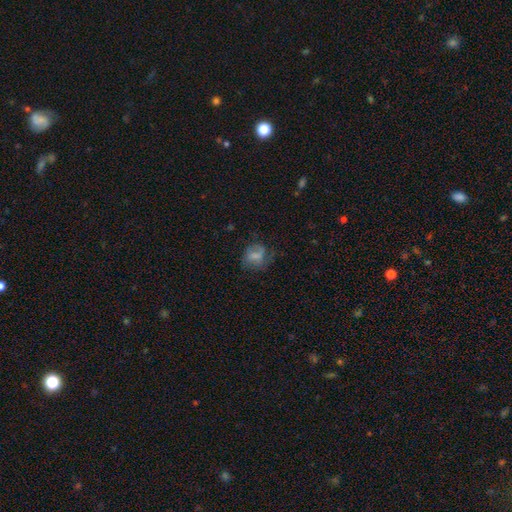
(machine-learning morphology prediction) smooth 60%, featured or disk 29%, star or artifact 11%. Down the decision tree: how rounded — round (55%); merging — none (48%).